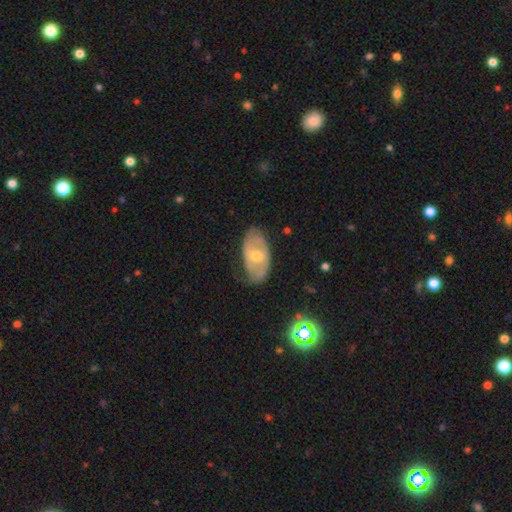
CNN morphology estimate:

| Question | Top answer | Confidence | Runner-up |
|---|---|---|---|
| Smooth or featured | featured or disk | 57% | smooth (37%) |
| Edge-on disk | no | 90% | yes (10%) |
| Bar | weak | 43% | no (42%) |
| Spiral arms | yes | 51% | no (49%) |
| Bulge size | moderate | 65% | small (29%) |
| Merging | none | 69% | minor disturbance (24%) |